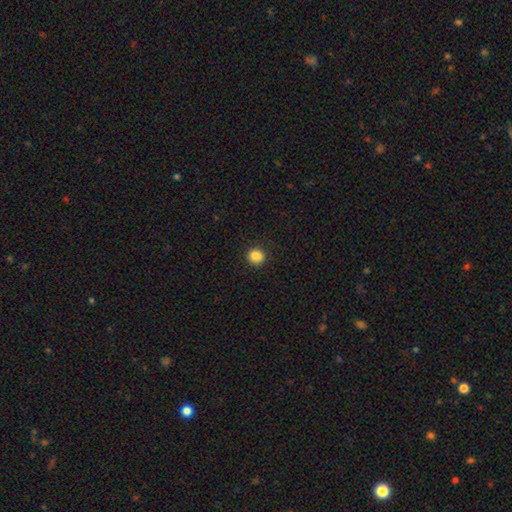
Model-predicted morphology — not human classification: Smooth or featured? Predicted: smooth (p=0.87). How rounded? Predicted: round (p=0.86). Merging? Predicted: none (p=0.90).